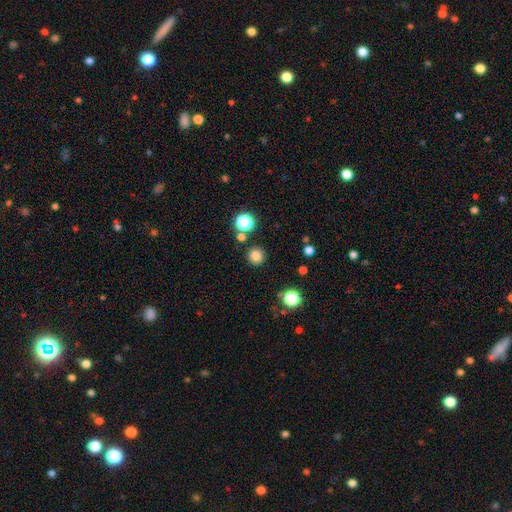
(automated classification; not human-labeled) Overall: smooth (81%). How rounded: round (93%). Merging: none (88%).